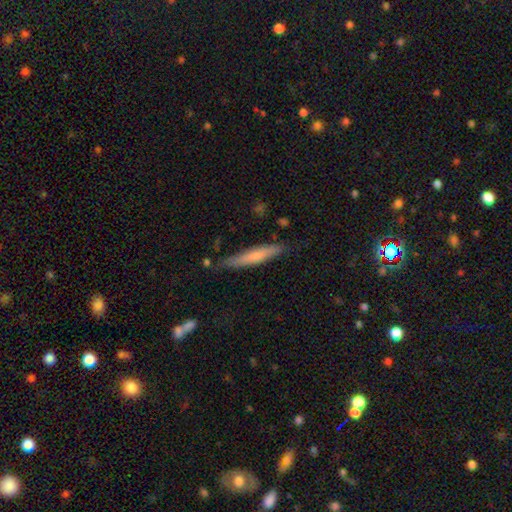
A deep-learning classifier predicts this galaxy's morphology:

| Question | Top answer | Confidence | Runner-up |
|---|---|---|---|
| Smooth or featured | smooth | 62% | featured or disk (32%) |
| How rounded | cigar-shaped | 91% | in between (7%) |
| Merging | none | 78% | minor disturbance (17%) |